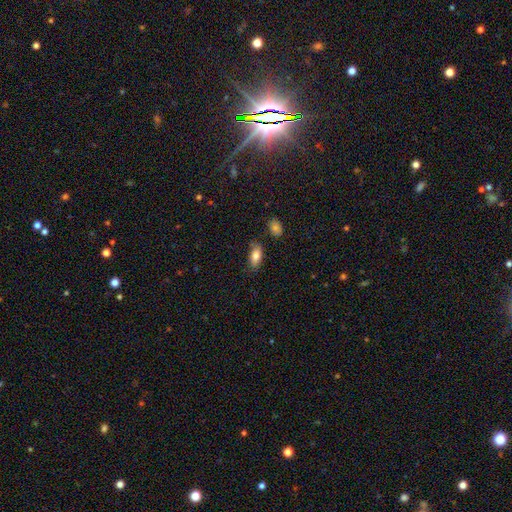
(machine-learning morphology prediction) Smooth or featured?
  - smooth: 82% *
  - featured or disk: 11%
  - star or artifact: 7%
How rounded?
  - in between: 89% *
  - cigar-shaped: 8%
  - round: 3%
Merging?
  - none: 77% *
  - minor disturbance: 16%
  - major disturbance: 3%
  - merger: 3%